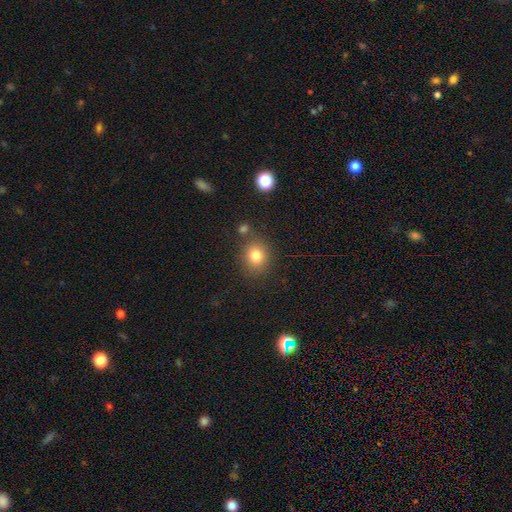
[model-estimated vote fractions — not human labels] This appears to be a smooth galaxy with no disk features (80%) that is round (70%). Merging: none (76%).